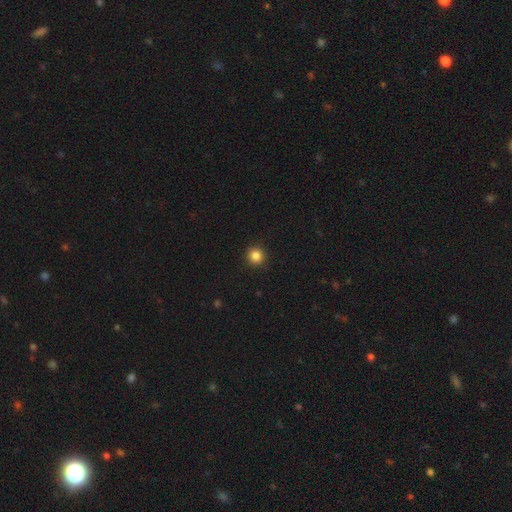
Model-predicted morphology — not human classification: Q: Smooth or featured?
A: smooth (84%); runner-up: star or artifact (12%)
Q: How rounded?
A: round (93%); runner-up: in between (6%)
Q: Merging?
A: none (92%); runner-up: minor disturbance (5%)